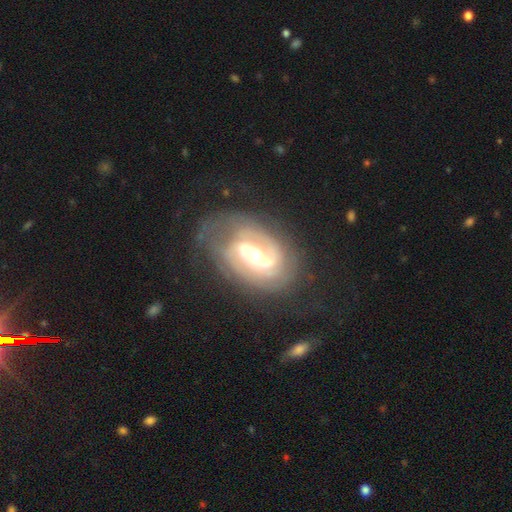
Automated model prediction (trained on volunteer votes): This appears to be a featured or disk galaxy (87%) with a strong bar (44%), 2 (59%) tight (52%) spiral arms (95%) and a moderate central bulge (60%). Merging: none (63%).